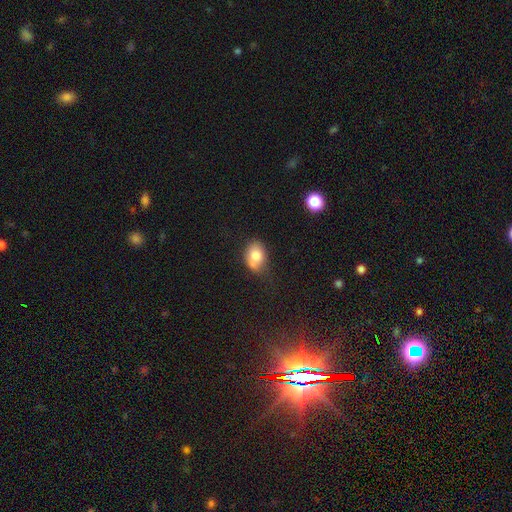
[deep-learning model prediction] Q: Smooth or featured?
A: smooth (77%); runner-up: featured or disk (14%)
Q: How rounded?
A: in between (65%); runner-up: round (34%)
Q: Merging?
A: none (50%); runner-up: minor disturbance (33%)